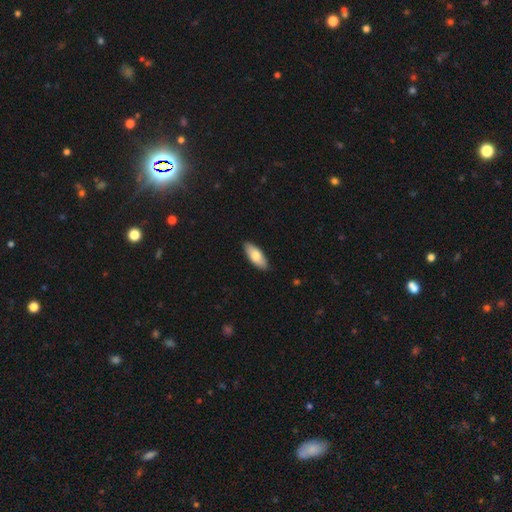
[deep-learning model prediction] This is likely a smooth galaxy (77%). How rounded: clearly in between (81%). Merging: clearly none (88%).